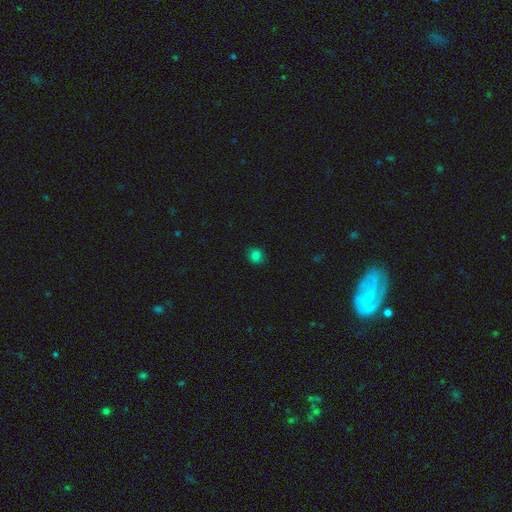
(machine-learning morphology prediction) Smooth or featured?
  - smooth: 81% *
  - star or artifact: 15%
  - featured or disk: 5%
How rounded?
  - round: 76% *
  - in between: 23%
  - cigar-shaped: 1%
Merging?
  - none: 88% *
  - minor disturbance: 9%
  - major disturbance: 2%
  - merger: 1%